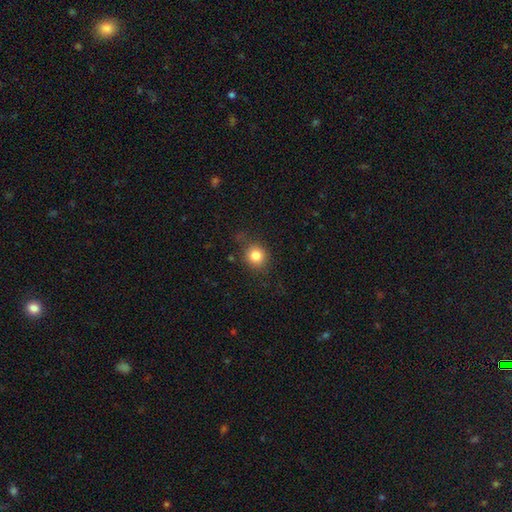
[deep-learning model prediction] smooth-or-featured: smooth: 82% | star or artifact: 11% | featured or disk: 7%
  how-rounded: round: 84% | in between: 15% | cigar-shaped: 1%
  merging: none: 77% | minor disturbance: 16% | major disturbance: 6% | merger: 2%